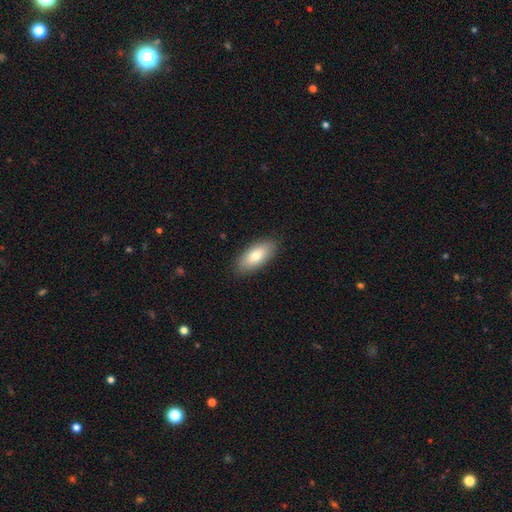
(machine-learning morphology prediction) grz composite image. It shows a smooth galaxy with no disk features (77%) that is in between round and cigar-shaped (87%). Merging: none (89%).